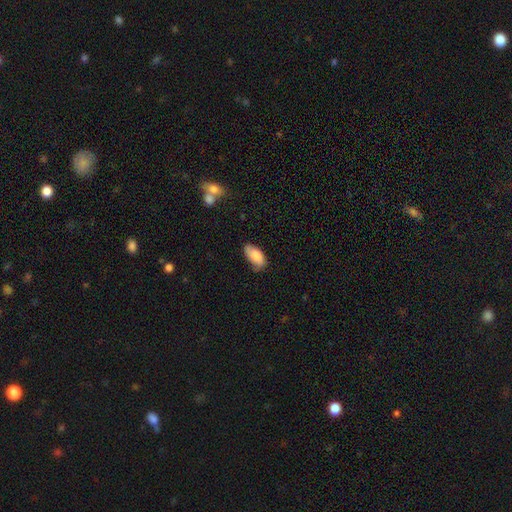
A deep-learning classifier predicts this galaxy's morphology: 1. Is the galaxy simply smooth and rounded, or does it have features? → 80% smooth, 13% featured or disk, 7% star or artifact.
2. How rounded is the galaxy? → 92% in between, 5% cigar-shaped, 3% round.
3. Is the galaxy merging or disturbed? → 60% none, 32% minor disturbance, 7% major disturbance, 2% merger.